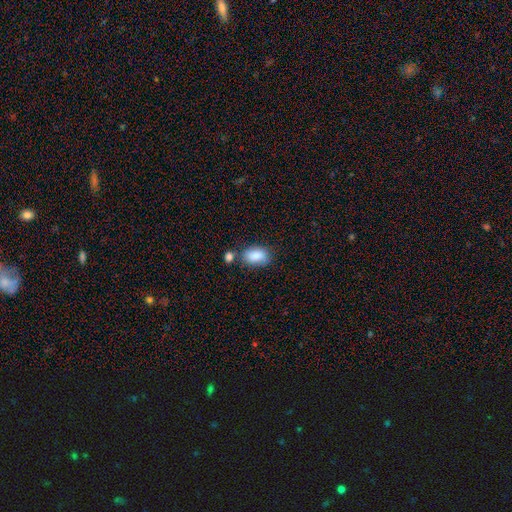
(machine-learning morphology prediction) This is clearly a smooth galaxy (86%). How rounded: clearly in between (88%). Merging: likely none (61%).